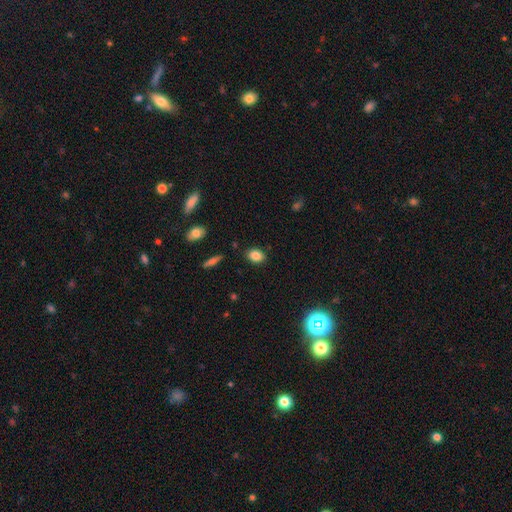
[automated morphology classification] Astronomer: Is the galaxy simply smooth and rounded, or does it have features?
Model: smooth — 84%.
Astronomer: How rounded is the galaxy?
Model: in between — 75%.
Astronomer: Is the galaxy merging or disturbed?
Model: none — 86%.